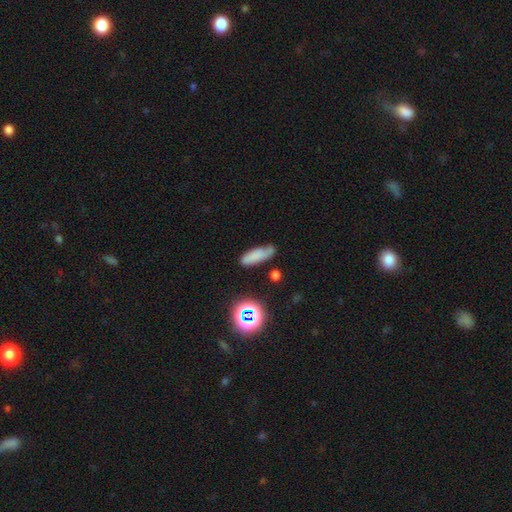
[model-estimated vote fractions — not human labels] Smooth or featured? smooth (70%)
How rounded? in between (51%)
Merging? none (61%)